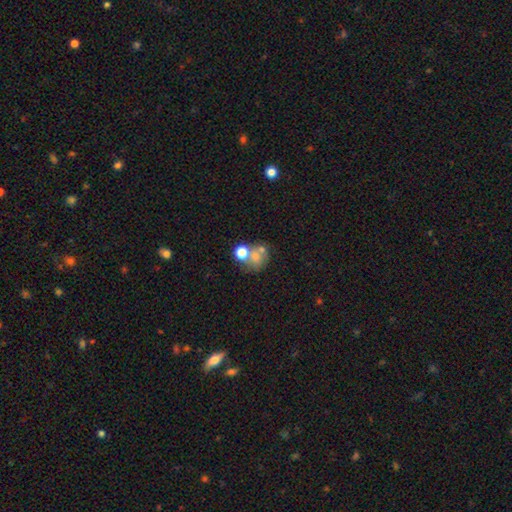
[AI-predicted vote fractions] Smooth or featured? smooth (59%)
How rounded? round (66%)
Merging? merger (48%)